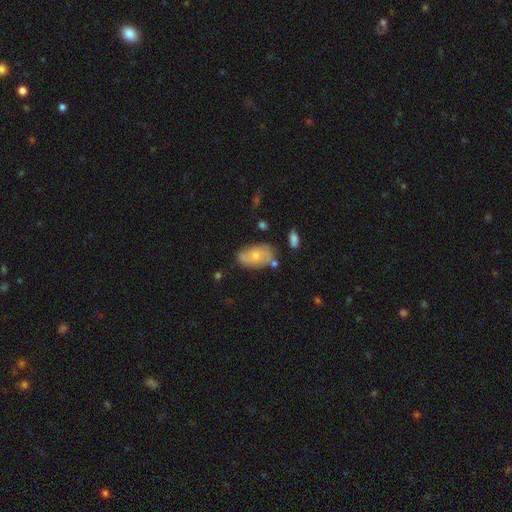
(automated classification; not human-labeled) The model was most divided on "smooth or featured": smooth: 58%, featured or disk: 35%, star or artifact: 7%. More confident: how rounded — in between (90%); merging — none (59%).